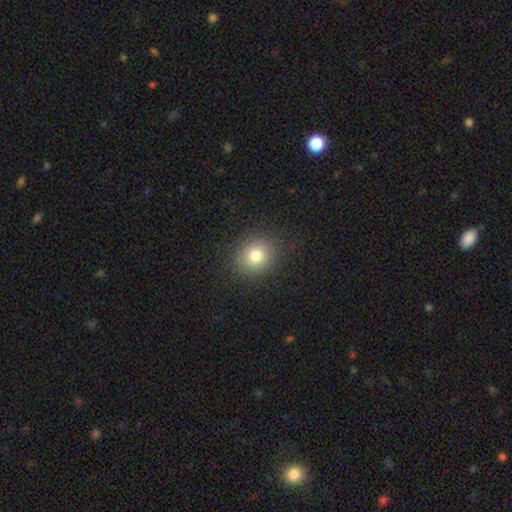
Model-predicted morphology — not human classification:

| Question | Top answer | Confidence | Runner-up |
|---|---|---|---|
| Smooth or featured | smooth | 79% | star or artifact (13%) |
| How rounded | round | 77% | in between (22%) |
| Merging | none | 87% | minor disturbance (9%) |